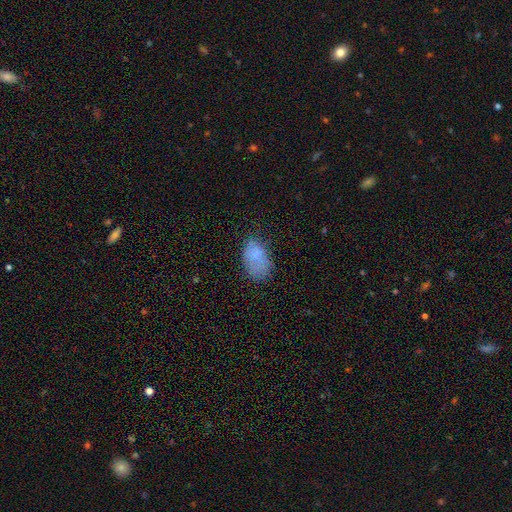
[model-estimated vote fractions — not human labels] Smooth or featured? smooth (77%)
How rounded? in between (92%)
Merging? none (53%)